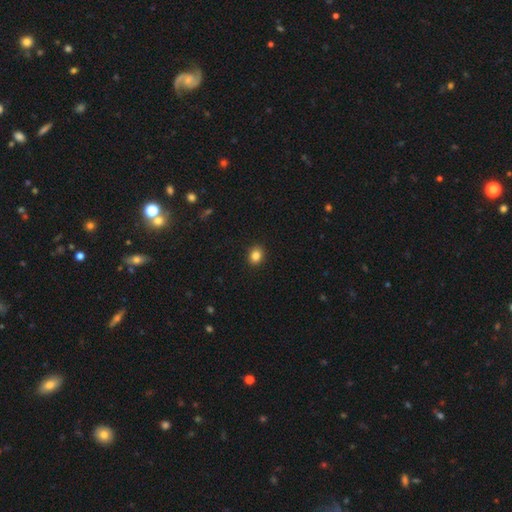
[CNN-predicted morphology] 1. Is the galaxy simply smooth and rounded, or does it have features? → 85% smooth, 10% star or artifact, 5% featured or disk.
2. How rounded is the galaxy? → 55% round, 44% in between, 1% cigar-shaped.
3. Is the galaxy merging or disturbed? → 91% none, 6% minor disturbance, 2% major disturbance, 1% merger.